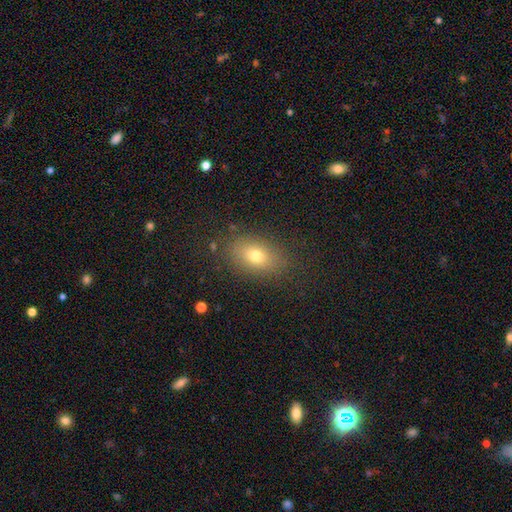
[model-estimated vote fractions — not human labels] Smooth or featured: smooth — 73% (featured or disk — 14%)
How rounded: in between — 84% (round — 13%)
Merging: none — 84% (minor disturbance — 11%)